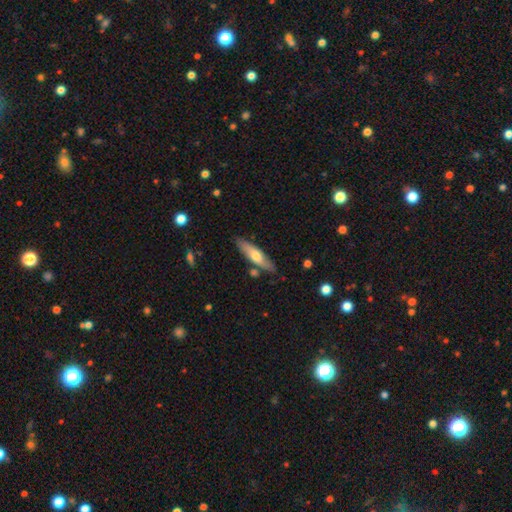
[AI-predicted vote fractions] This appears to be a smooth galaxy with no disk features (56%) that is cigar-shaped (69%). Merging: none (81%).